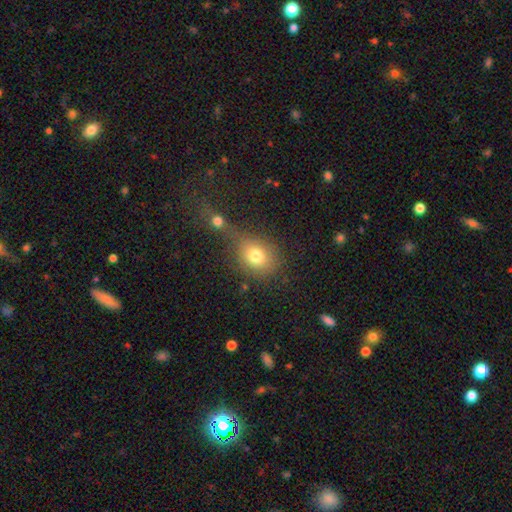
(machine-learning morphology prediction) This appears to be a smooth galaxy with no disk features (77%) that is round (59%). Merging: none (42%).